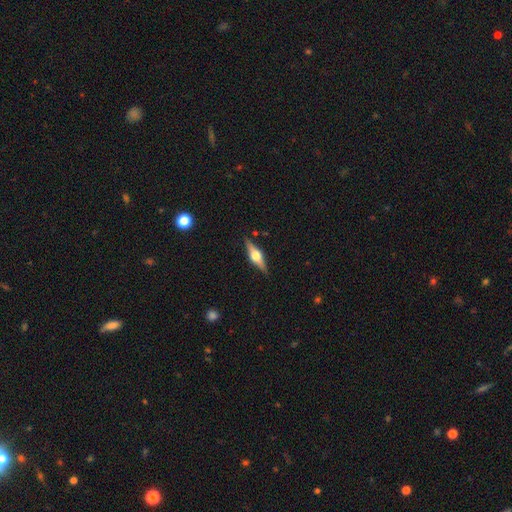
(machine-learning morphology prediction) Smooth or featured?
  - featured or disk: 74% *
  - smooth: 20%
  - star or artifact: 6%
Edge-on disk?
  - yes: 97% *
  - no: 3%
Edge-on bulge?
  - rounded: 95% *
  - boxy: 4%
  - none: 1%
Merging?
  - none: 88% *
  - minor disturbance: 8%
  - major disturbance: 2%
  - merger: 1%